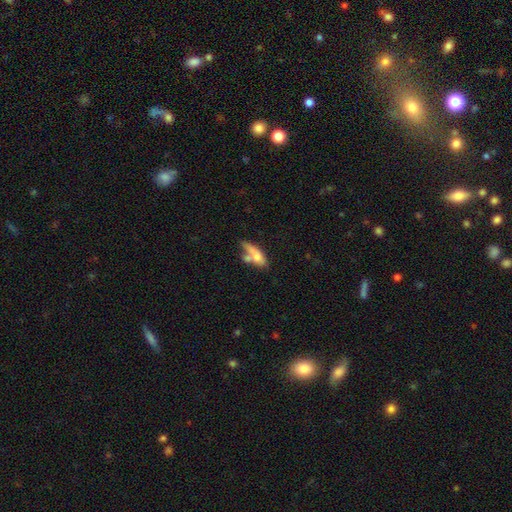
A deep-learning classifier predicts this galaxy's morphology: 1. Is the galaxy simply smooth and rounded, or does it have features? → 64% smooth, 28% featured or disk, 8% star or artifact.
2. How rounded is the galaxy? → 60% in between, 35% cigar-shaped, 5% round.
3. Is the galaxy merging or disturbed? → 40% merger, 32% none, 16% minor disturbance, 12% major disturbance.